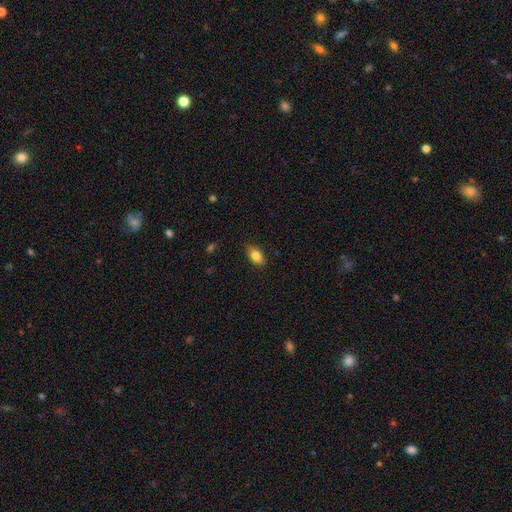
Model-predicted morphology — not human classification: smooth-or-featured: smooth: 83% | featured or disk: 10% | star or artifact: 8%
  how-rounded: in between: 89% | round: 7% | cigar-shaped: 4%
  merging: none: 86% | minor disturbance: 11% | major disturbance: 2% | merger: 1%